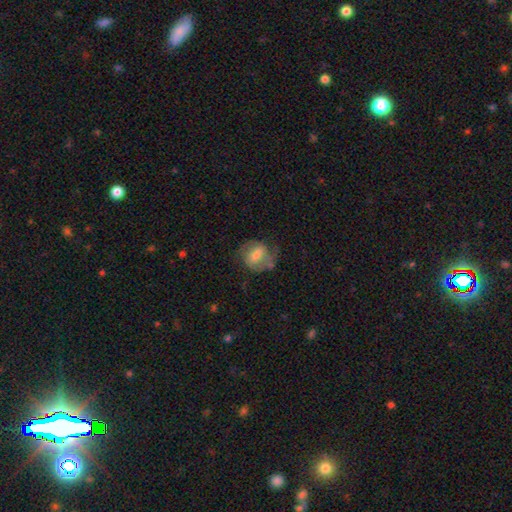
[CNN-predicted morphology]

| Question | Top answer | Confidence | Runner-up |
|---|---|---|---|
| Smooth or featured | featured or disk | 58% | smooth (35%) |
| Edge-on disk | no | 97% | yes (3%) |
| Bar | weak | 47% | strong (30%) |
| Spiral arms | yes | 82% | no (18%) |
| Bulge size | moderate | 44% | small (39%) |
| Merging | none | 58% | minor disturbance (22%) |